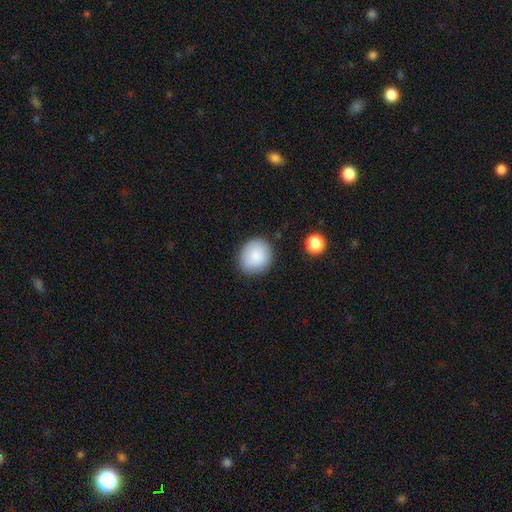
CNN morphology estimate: A smooth galaxy with no disk features (87%) that is round (77%).

Vote fractions:
- Smooth or featured? smooth: 87% / star or artifact: 7% / featured or disk: 6%
- How rounded? round: 77% / in between: 22% / cigar-shaped: 1%
- Merging? none: 84% / minor disturbance: 11% / major disturbance: 3% / merger: 2%